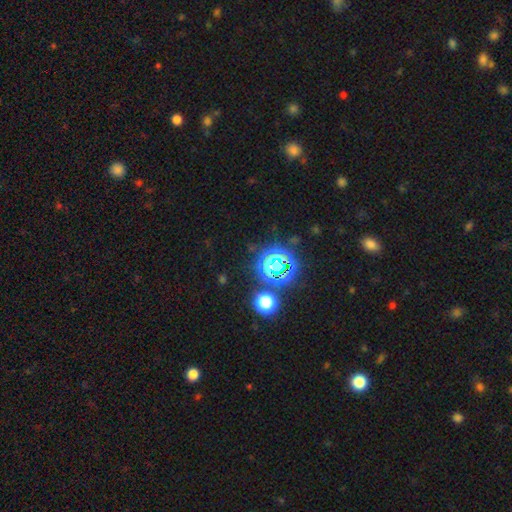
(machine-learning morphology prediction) This is possibly a star or artifact rather than a galaxy (58%).